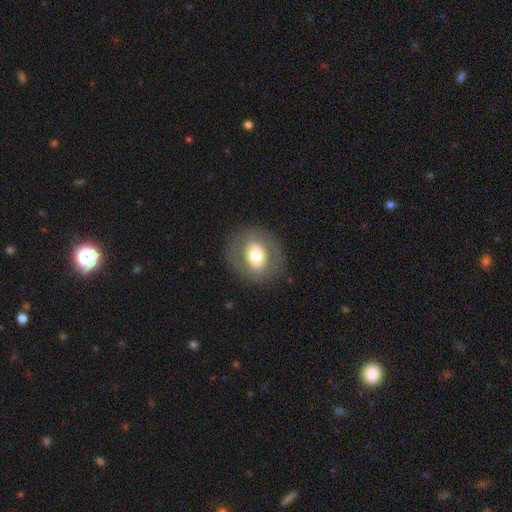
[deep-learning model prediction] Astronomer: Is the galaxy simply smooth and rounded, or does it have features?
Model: smooth — 56% (runner-up: featured or disk, 36%).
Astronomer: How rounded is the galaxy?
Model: round — 62% (runner-up: in between, 37%).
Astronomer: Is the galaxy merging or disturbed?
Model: none — 82%.